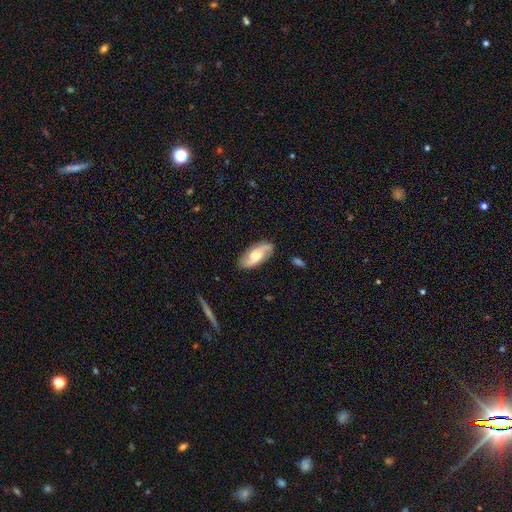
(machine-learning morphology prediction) This is likely a featured or disk galaxy (69%). It is clearly not viewed edge-on (92%). Bar: possibly no (53%). Spiral arm pattern: clearly yes (93%). Spiral arm count: clearly 2 (86%). Spiral winding: marginally loose (42%). Central bulge: possibly moderate (54%). Merging: clearly none (81%).